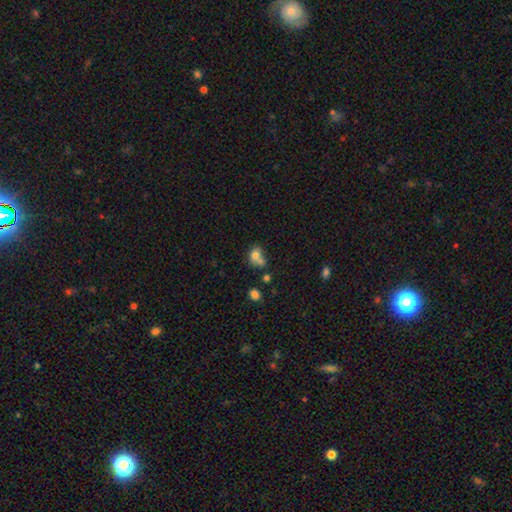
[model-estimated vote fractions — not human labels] This is likely a smooth galaxy (74%). How rounded: possibly round (53%). Merging: possibly merger (51%).